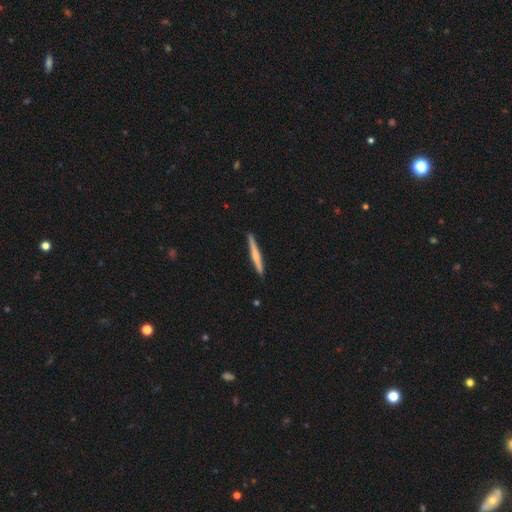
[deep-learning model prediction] Overall: smooth (50%; featured or disk 45%). How rounded: cigar-shaped (96%). Merging: none (91%).